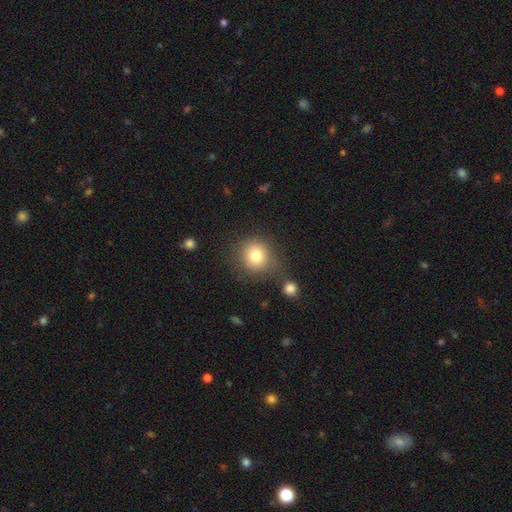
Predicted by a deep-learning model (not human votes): Smooth or featured: smooth — 80% (star or artifact — 11%)
How rounded: round — 86% (in between — 13%)
Merging: none — 74% (minor disturbance — 13%)